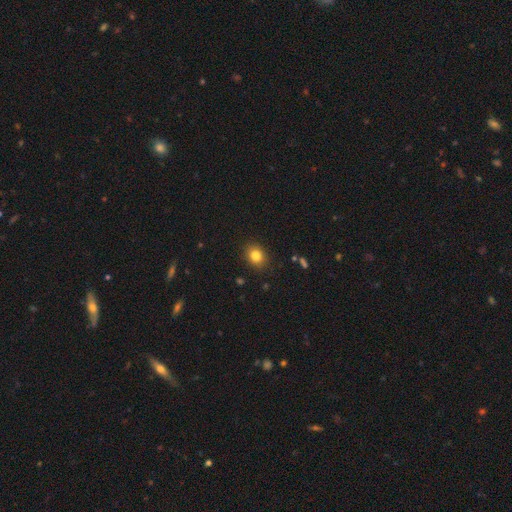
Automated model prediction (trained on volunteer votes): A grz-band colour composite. It shows a smooth galaxy with no disk features (83%) that is round (56%). Merging: none (88%).